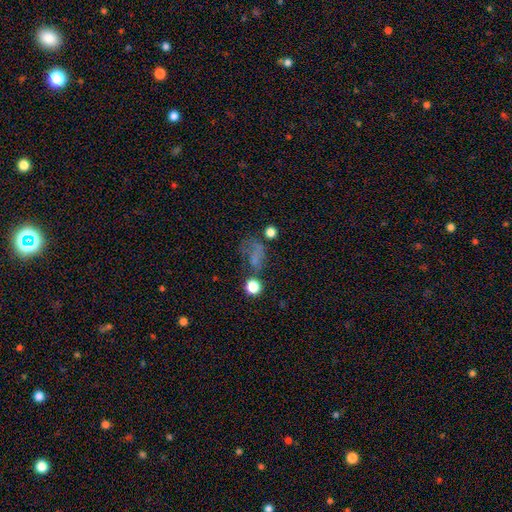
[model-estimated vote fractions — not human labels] Morphology: type=smooth (48%); merging=major disturbance (35%).